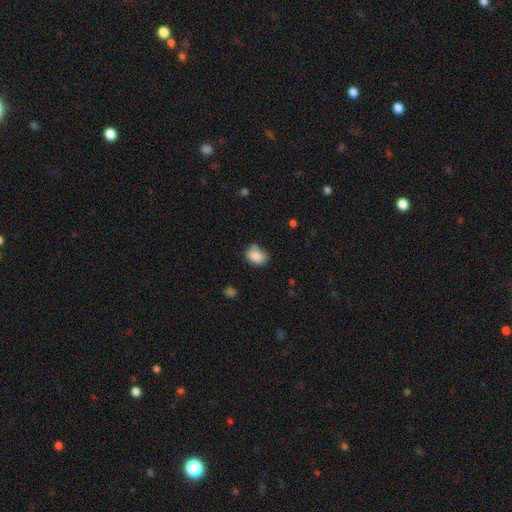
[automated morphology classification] smooth-or-featured: smooth: 84% | star or artifact: 9% | featured or disk: 7%
  how-rounded: in between: 65% | round: 34% | cigar-shaped: 1%
  merging: none: 57% | minor disturbance: 26% | merger: 10% | major disturbance: 6%